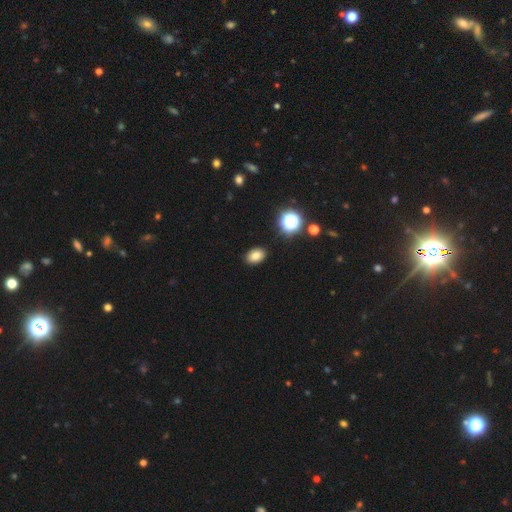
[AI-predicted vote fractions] Overall: smooth (80%). How rounded: in between (79%). Merging: none (88%).